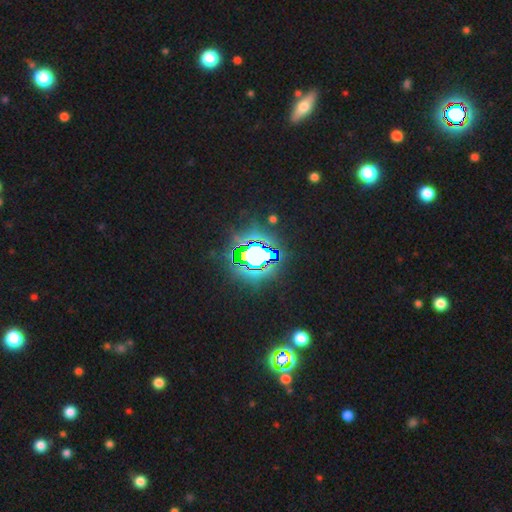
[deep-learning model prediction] Overall: star or artifact (74%).